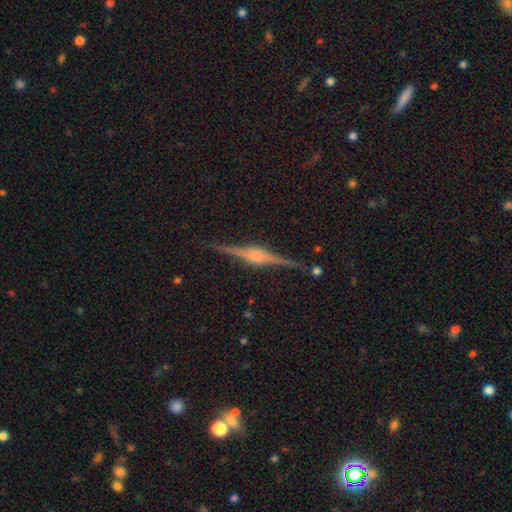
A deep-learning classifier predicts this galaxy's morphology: Smooth or featured? Predicted: featured or disk (p=0.88). Edge-on disk? Predicted: yes (p=0.98). Edge-on bulge? Predicted: rounded (p=0.78). Merging? Predicted: none (p=0.89).